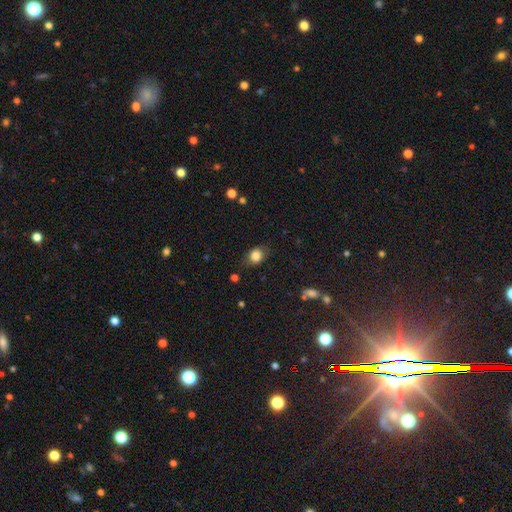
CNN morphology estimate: A smooth galaxy with no disk features (82%) that is in between round and cigar-shaped (57%).

Vote fractions:
- Smooth or featured? smooth: 82% / star or artifact: 9% / featured or disk: 8%
- How rounded? in between: 57% / round: 41% / cigar-shaped: 1%
- Merging? none: 75% / minor disturbance: 19% / major disturbance: 5% / merger: 1%